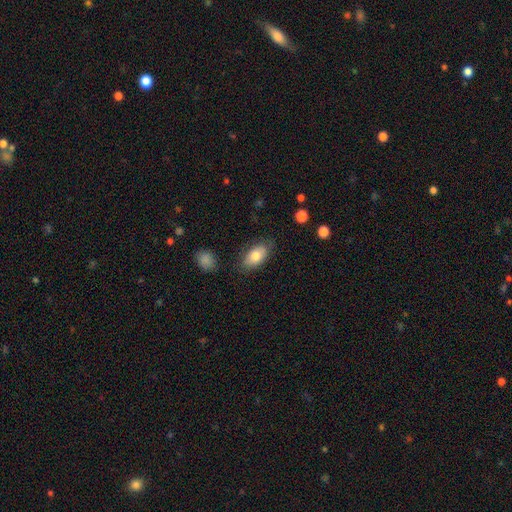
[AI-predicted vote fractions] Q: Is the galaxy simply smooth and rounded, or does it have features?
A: smooth — 78%.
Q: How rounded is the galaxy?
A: in between — 92%.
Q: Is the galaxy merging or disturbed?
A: none — 80%.